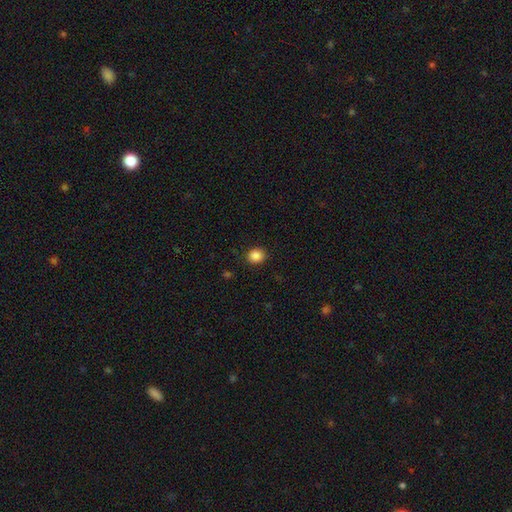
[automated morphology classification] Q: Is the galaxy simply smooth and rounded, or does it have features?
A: smooth — 87%.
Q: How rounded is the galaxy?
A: round — 75%.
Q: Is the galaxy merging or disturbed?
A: none — 89%.